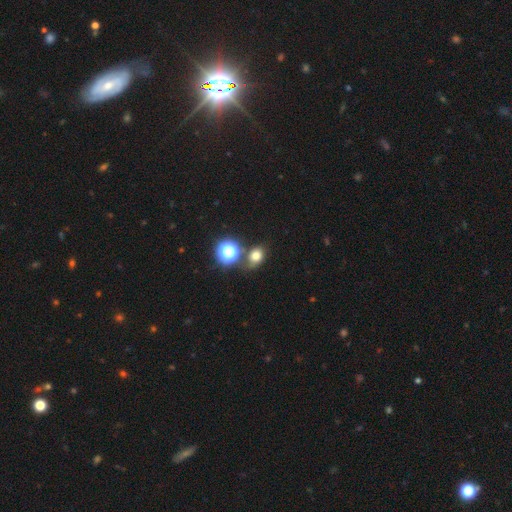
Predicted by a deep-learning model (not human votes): Smooth or featured? smooth (71%)
How rounded? round (57%)
Merging? none (66%)